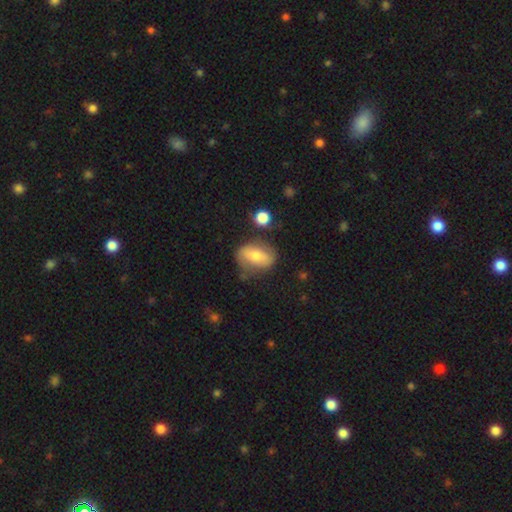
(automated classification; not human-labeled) Morphology: type=smooth (56%); roundness=in between (80%); merging=none (69%).